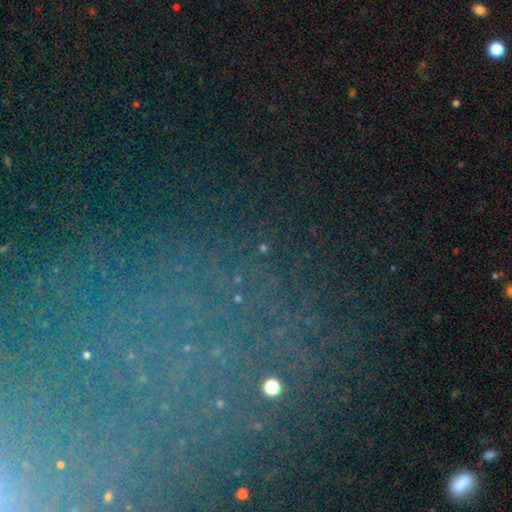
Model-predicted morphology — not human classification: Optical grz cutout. It shows a star or artifact, not a galaxy (68%).